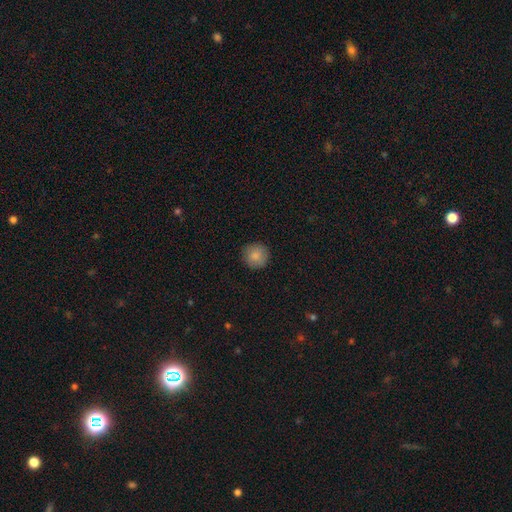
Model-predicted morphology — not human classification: Smooth or featured?
  - smooth: 85% *
  - star or artifact: 8%
  - featured or disk: 7%
How rounded?
  - round: 94% *
  - in between: 5%
  - cigar-shaped: 1%
Merging?
  - none: 89% *
  - minor disturbance: 8%
  - major disturbance: 2%
  - merger: 1%